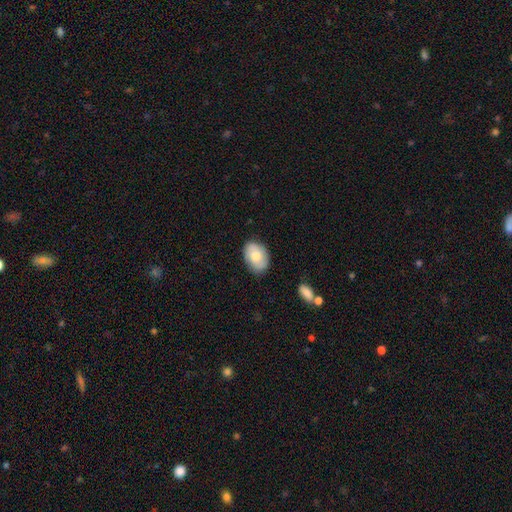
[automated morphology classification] A smooth galaxy with no disk features (67%) that is in between round and cigar-shaped (82%).

Vote fractions:
- Smooth or featured? smooth: 67% / featured or disk: 26% / star or artifact: 7%
- How rounded? in between: 82% / round: 17% / cigar-shaped: 1%
- Merging? none: 82% / minor disturbance: 14% / major disturbance: 3% / merger: 1%